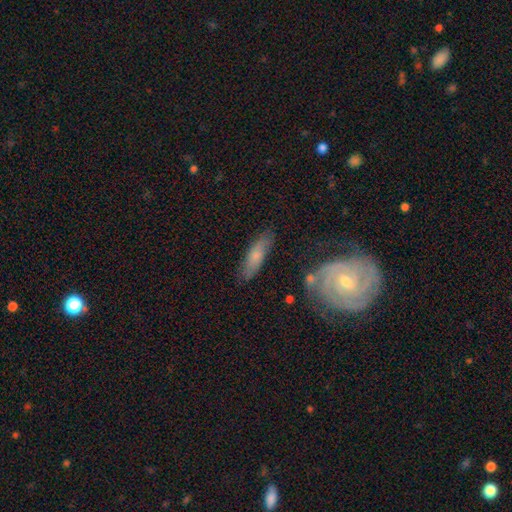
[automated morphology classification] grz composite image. It shows a smooth galaxy with no disk features (57%) that is cigar-shaped (62%). Merging: none (73%).